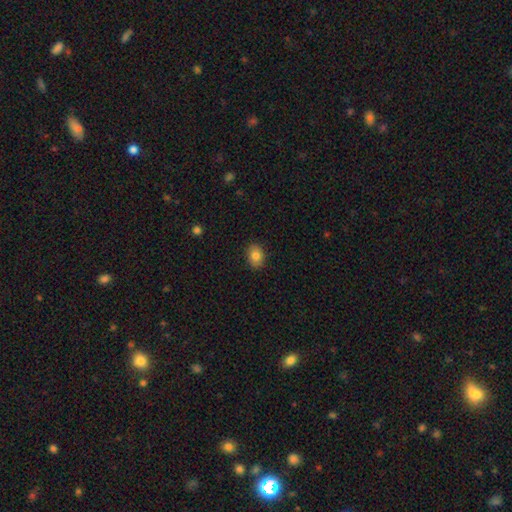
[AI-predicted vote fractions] Smooth or featured?
  - smooth: 83% *
  - star or artifact: 9%
  - featured or disk: 8%
How rounded?
  - in between: 63% *
  - round: 36%
  - cigar-shaped: 1%
Merging?
  - none: 88% *
  - minor disturbance: 9%
  - major disturbance: 2%
  - merger: 1%